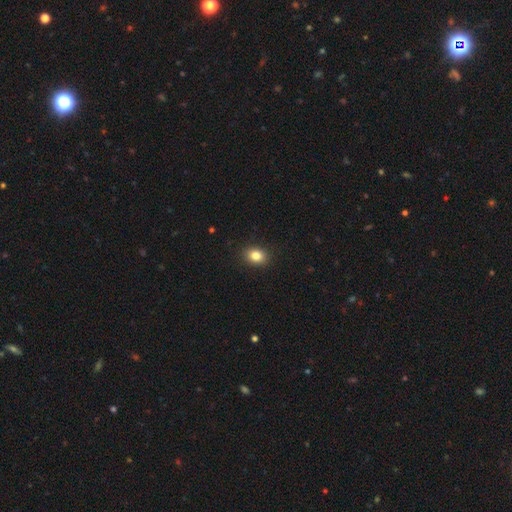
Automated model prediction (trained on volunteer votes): This appears to be a smooth galaxy with no disk features (83%) that is in between round and cigar-shaped (55%). Merging: none (90%).